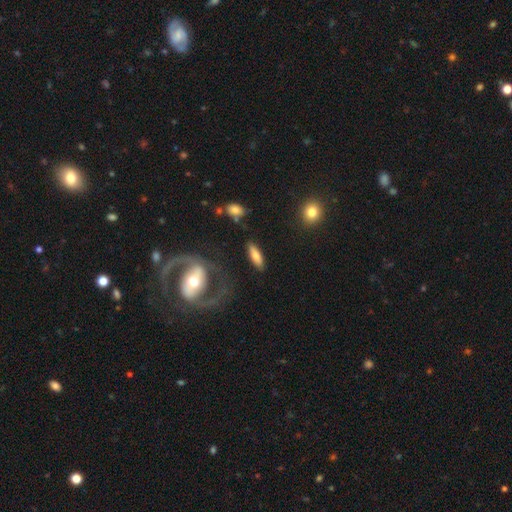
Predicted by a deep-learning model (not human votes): smooth-or-featured: smooth: 68% | featured or disk: 26% | star or artifact: 7%
  how-rounded: in between: 52% | cigar-shaped: 44% | round: 3%
  merging: none: 82% | minor disturbance: 11% | major disturbance: 5% | merger: 3%